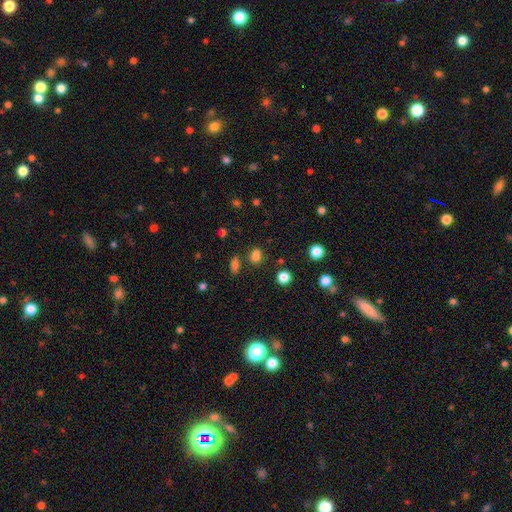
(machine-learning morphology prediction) Overall: smooth (73%). How rounded: in between (53%; round 45%). Merging: none (67%).